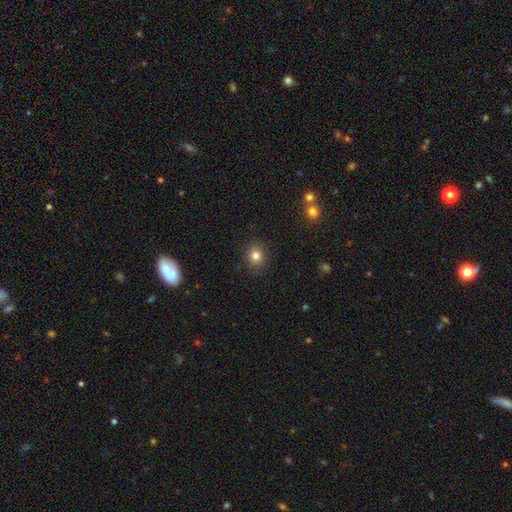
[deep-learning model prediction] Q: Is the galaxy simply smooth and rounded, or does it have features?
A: smooth — 81%.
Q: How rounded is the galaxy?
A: round — 76%.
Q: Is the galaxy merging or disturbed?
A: none — 89%.